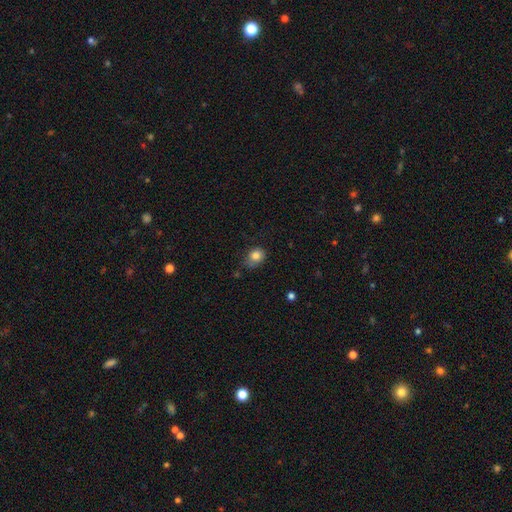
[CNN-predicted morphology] Overall: smooth (82%). How rounded: round (54%; in between 45%). Merging: none (57%; minor disturbance 31%).